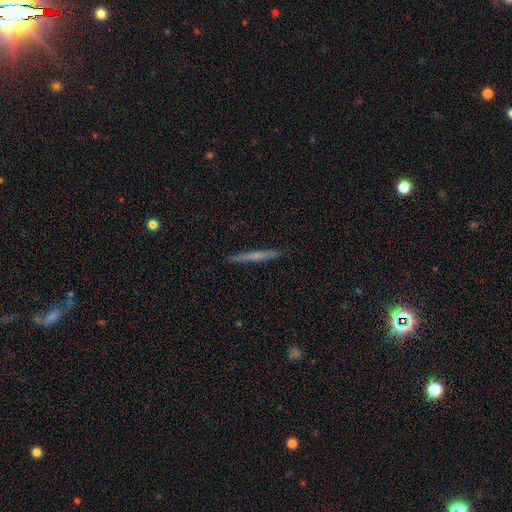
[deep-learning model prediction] smooth-or-featured: smooth: 47% | featured or disk: 46% | star or artifact: 7%
  merging: none: 91% | minor disturbance: 6% | major disturbance: 1% | merger: 1%